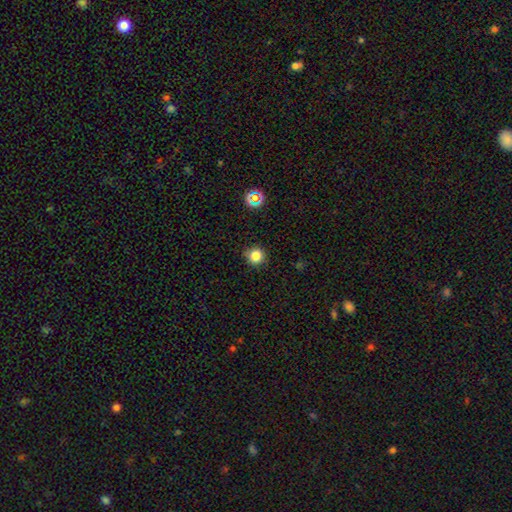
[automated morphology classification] The model was most divided on "smooth or featured": smooth: 81%, star or artifact: 14%, featured or disk: 5%. More confident: how rounded — round (94%); merging — none (86%).